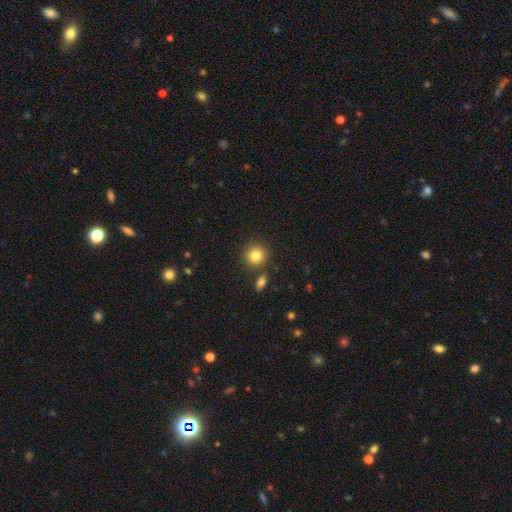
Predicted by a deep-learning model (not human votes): The model was most divided on "merging": none: 82%, merger: 8%, minor disturbance: 8%, major disturbance: 3%. More confident: how rounded — round (89%); smooth or featured — smooth (84%).